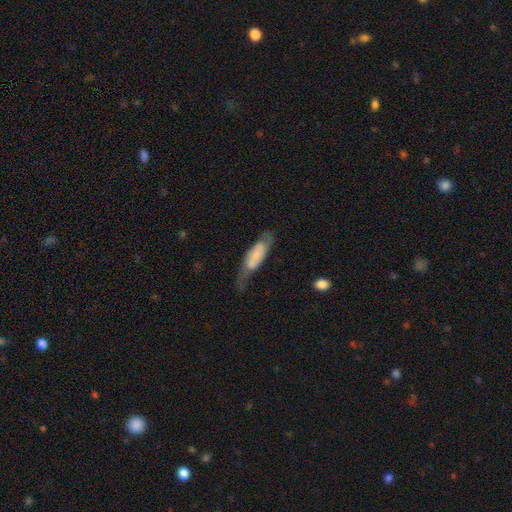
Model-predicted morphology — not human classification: Smooth or featured? Predicted: featured or disk (p=0.51). Edge-on disk? Predicted: no (p=0.77). Merging? Predicted: none (p=0.45).